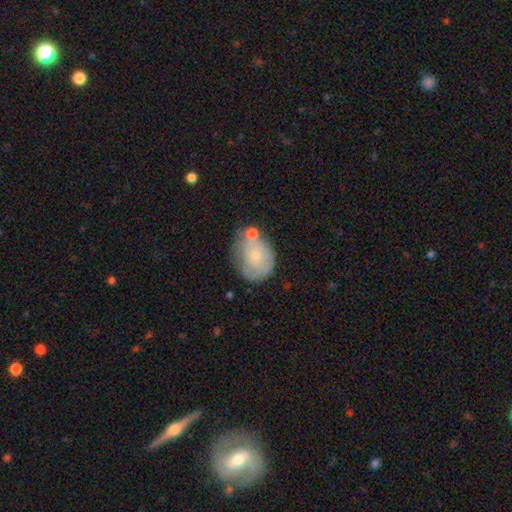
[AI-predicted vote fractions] Overall: smooth (57%; featured or disk 36%). How rounded: in between (58%; round 41%). Merging: none (46%; minor disturbance 28%).